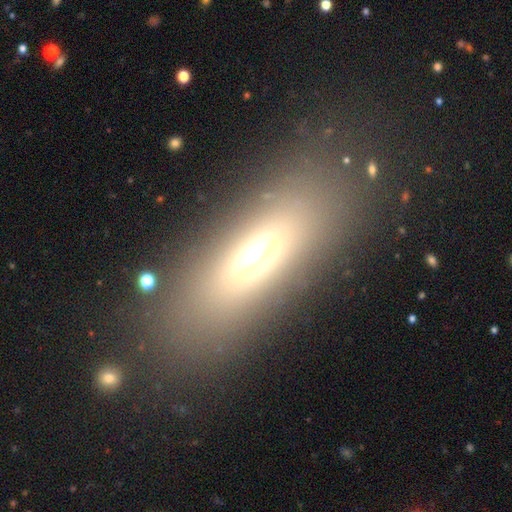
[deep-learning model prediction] A smooth galaxy with no disk features (60%) that is in between round and cigar-shaped (63%). Merging: none (79%).